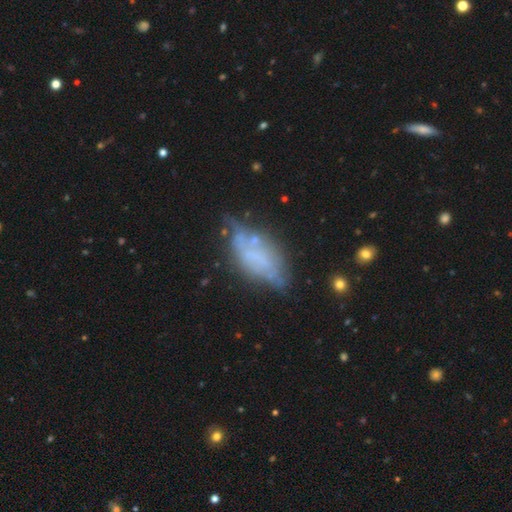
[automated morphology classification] smooth_or_featured: featured or disk (p=0.52) [alt: smooth p=0.37]
disk_edge_on: no (p=0.71) [alt: yes p=0.29]
merging: none (p=0.46) [alt: minor disturbance p=0.31]